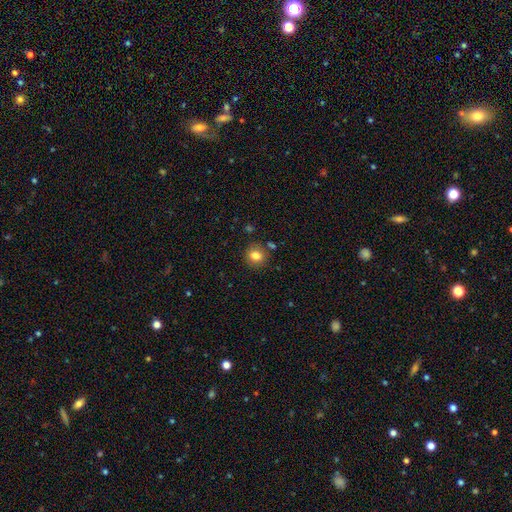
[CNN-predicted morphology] smooth_or_featured: smooth (p=0.81) [alt: star or artifact p=0.11]
how_rounded: round (p=0.85) [alt: in between p=0.14]
merging: none (p=0.85) [alt: minor disturbance p=0.09]